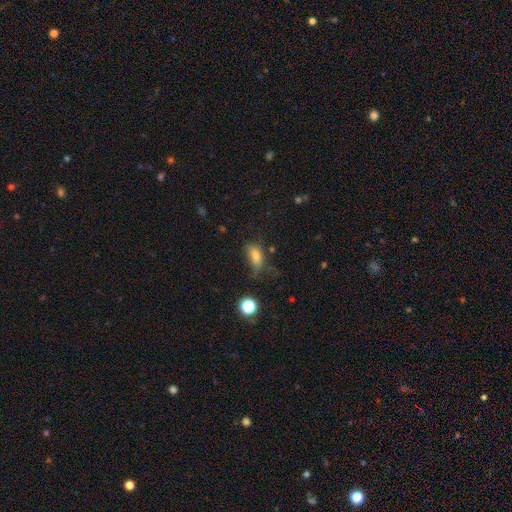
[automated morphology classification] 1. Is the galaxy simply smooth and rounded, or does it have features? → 72% smooth, 15% featured or disk, 13% star or artifact.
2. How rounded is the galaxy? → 81% in between, 11% round, 8% cigar-shaped.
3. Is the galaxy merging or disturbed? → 40% none, 32% minor disturbance, 23% major disturbance, 5% merger.